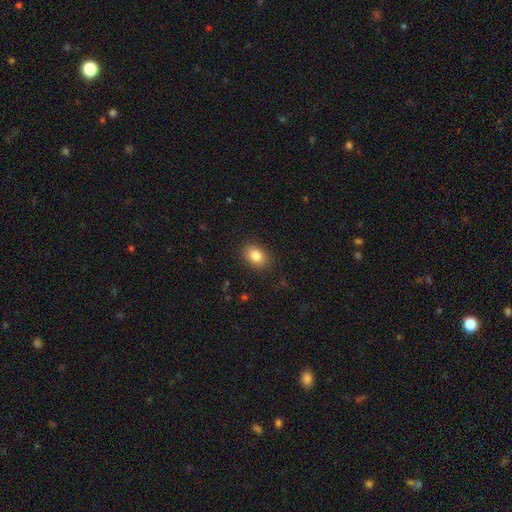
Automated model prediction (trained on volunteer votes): Q: Smooth or featured?
A: smooth (84%); runner-up: star or artifact (9%)
Q: How rounded?
A: in between (75%); runner-up: round (24%)
Q: Merging?
A: none (87%); runner-up: minor disturbance (9%)